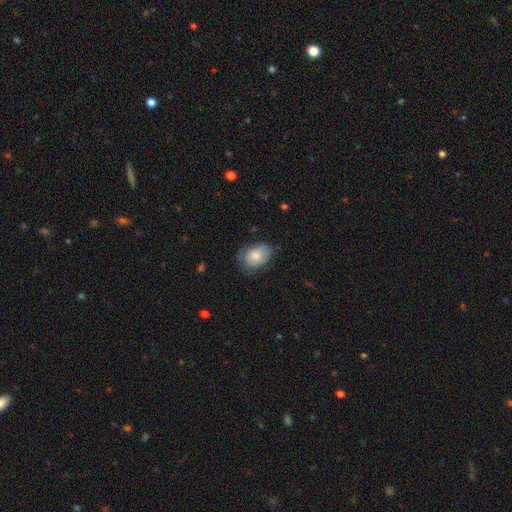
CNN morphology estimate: A smooth galaxy with no disk features (78%) that is in between round and cigar-shaped (77%). Merging: none (62%).